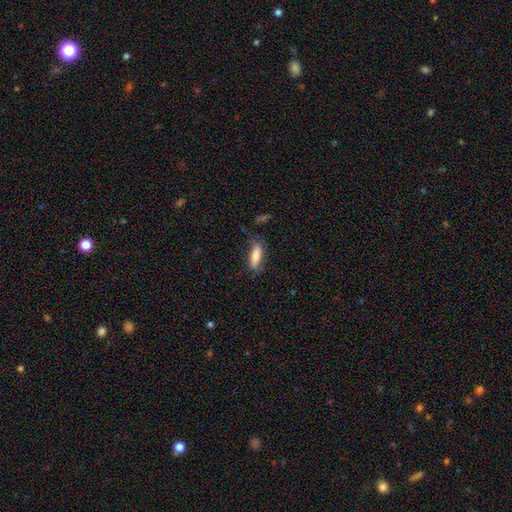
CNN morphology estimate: smooth 80%, featured or disk 13%, star or artifact 7%. Down the decision tree: how rounded — cigar-shaped (52%); merging — none (68%).